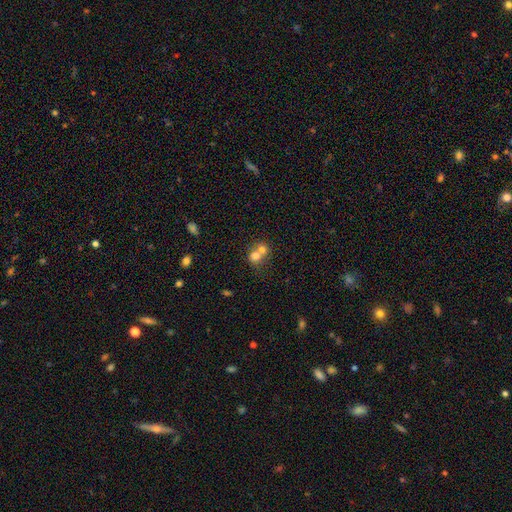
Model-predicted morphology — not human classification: smooth_or_featured: smooth (p=0.71) [alt: featured or disk p=0.17]
how_rounded: round (p=0.74) [alt: in between p=0.25]
merging: merger (p=0.65) [alt: none p=0.27]